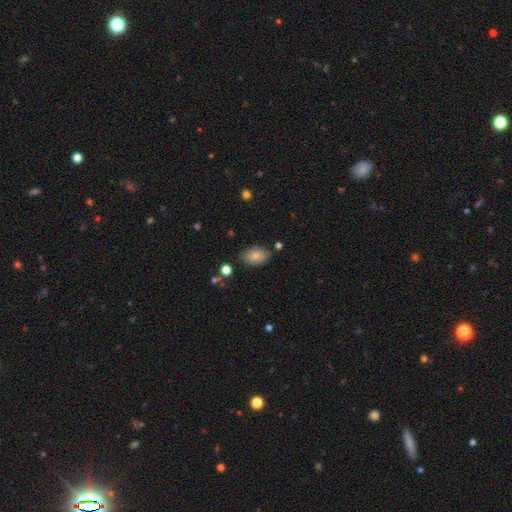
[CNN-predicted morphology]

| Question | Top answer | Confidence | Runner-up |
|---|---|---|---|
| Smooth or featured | smooth | 79% | featured or disk (12%) |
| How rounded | in between | 89% | round (10%) |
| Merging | none | 77% | minor disturbance (17%) |